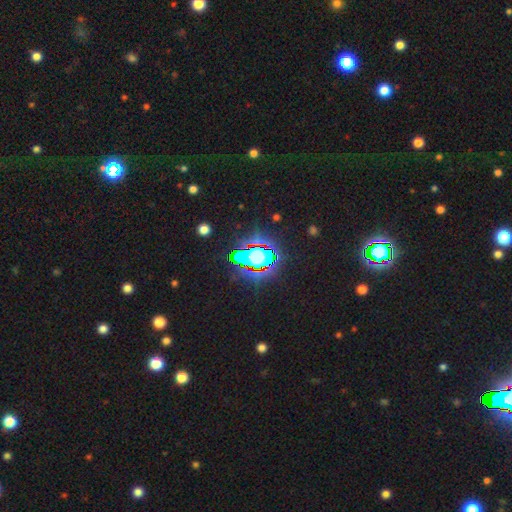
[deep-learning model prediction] The model was most divided on "smooth or featured": star or artifact: 64%, smooth: 23%, featured or disk: 13%.